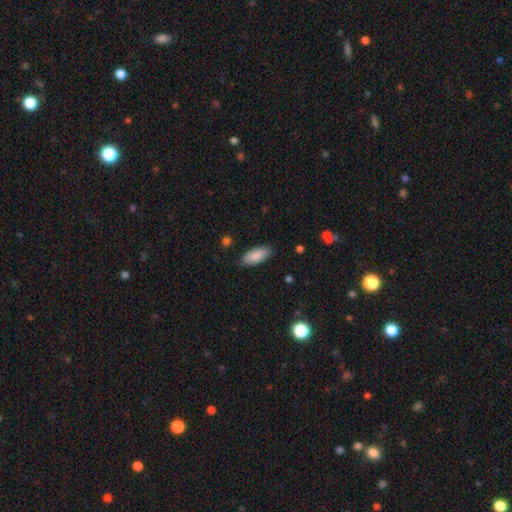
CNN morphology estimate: Smooth or featured? smooth (88%)
How rounded? in between (84%)
Merging? none (87%)